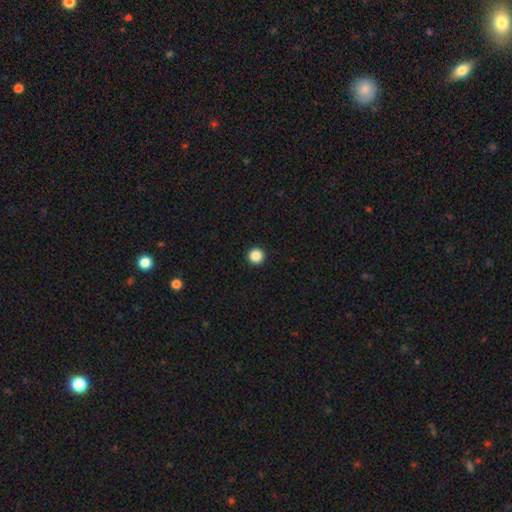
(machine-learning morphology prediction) A smooth galaxy with no disk features (87%) that is round (97%). Merging: none (94%).